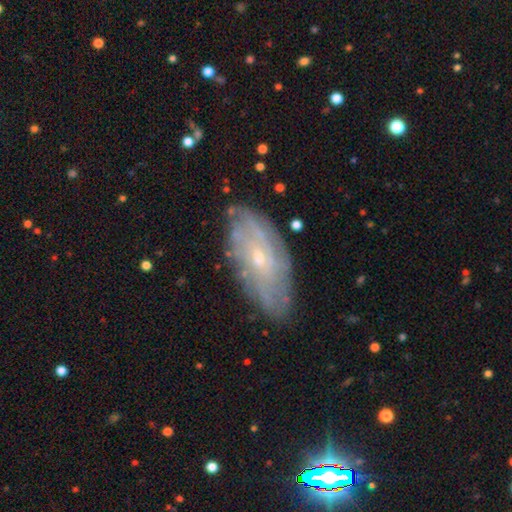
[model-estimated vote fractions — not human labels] This is likely a featured or disk galaxy (67%). It is clearly not viewed edge-on (86%). Bar: likely no (76%). Spiral arm pattern: clearly yes (80%). Central bulge: likely small (78%). Merging: clearly none (81%).